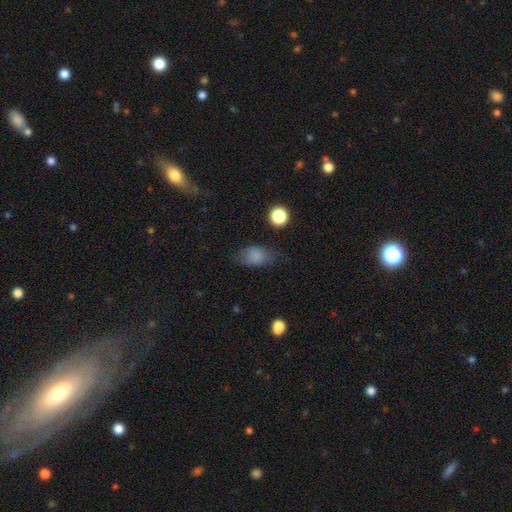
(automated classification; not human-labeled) Overall: smooth (79%). How rounded: in between (81%). Merging: none (61%; minor disturbance 26%).